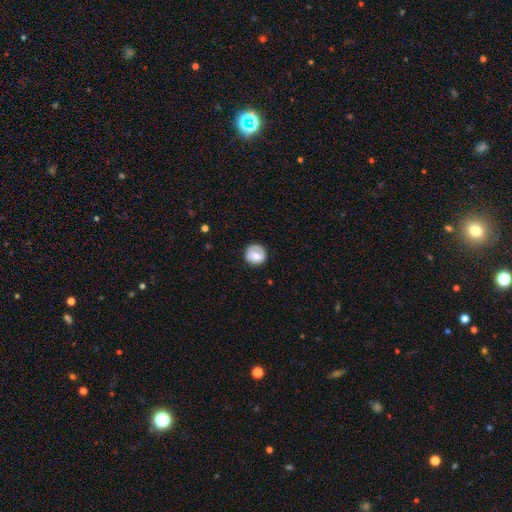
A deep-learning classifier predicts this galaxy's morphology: Smooth or featured: smooth — 69% (featured or disk — 24%)
How rounded: round — 89% (in between — 10%)
Merging: none — 75% (minor disturbance — 18%)